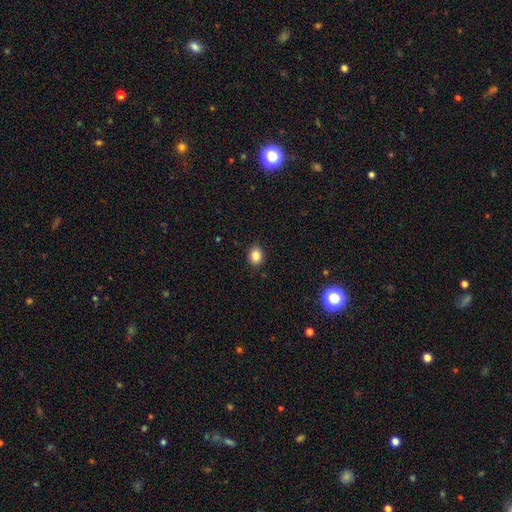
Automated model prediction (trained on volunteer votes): Morphology: type=smooth (84%); roundness=in between (58%); merging=none (88%).